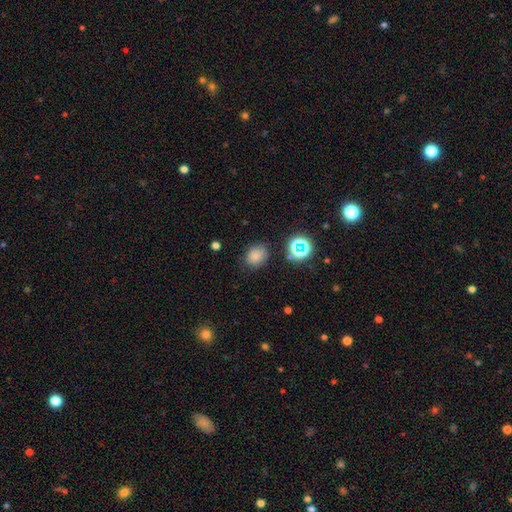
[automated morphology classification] Overall: smooth (78%). How rounded: round (51%; in between 48%). Merging: none (80%).